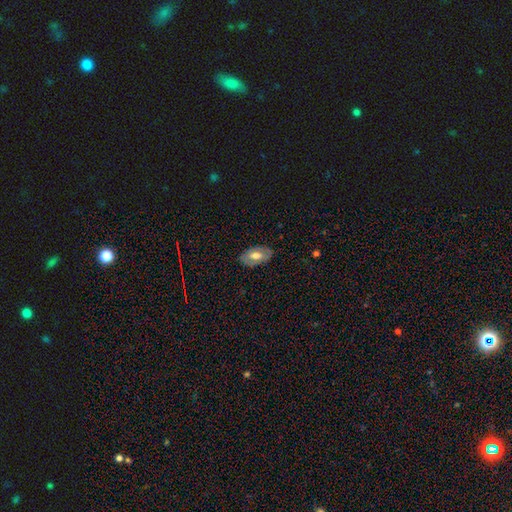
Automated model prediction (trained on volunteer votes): Smooth or featured? Predicted: smooth (p=0.50). Merging? Predicted: none (p=0.82).